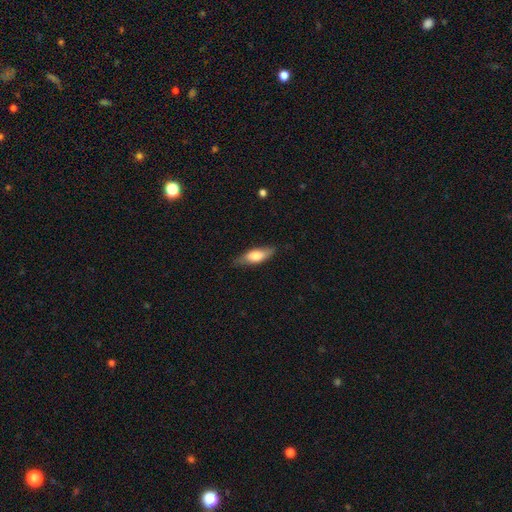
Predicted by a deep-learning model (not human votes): smooth_or_featured: smooth (p=0.66) [alt: featured or disk p=0.28]
how_rounded: in between (p=0.62) [alt: cigar-shaped p=0.35]
merging: none (p=0.78) [alt: minor disturbance p=0.18]